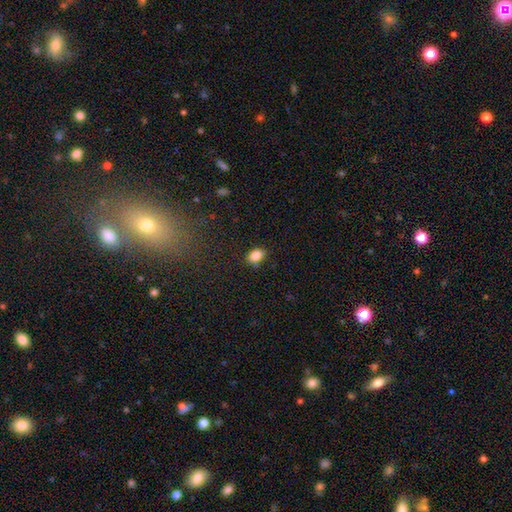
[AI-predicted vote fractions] smooth_or_featured: smooth (p=0.86) [alt: star or artifact p=0.09]
how_rounded: in between (p=0.78) [alt: round p=0.20]
merging: none (p=0.79) [alt: minor disturbance p=0.16]